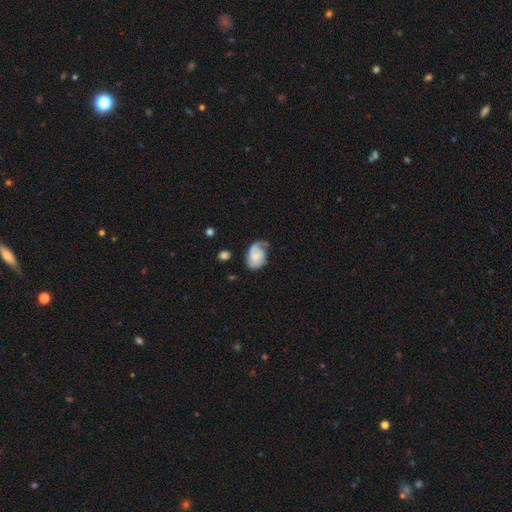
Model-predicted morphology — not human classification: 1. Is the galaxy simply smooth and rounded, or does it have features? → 47% smooth, 46% featured or disk, 7% star or artifact.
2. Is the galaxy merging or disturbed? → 44% none, 34% minor disturbance, 19% major disturbance, 3% merger.